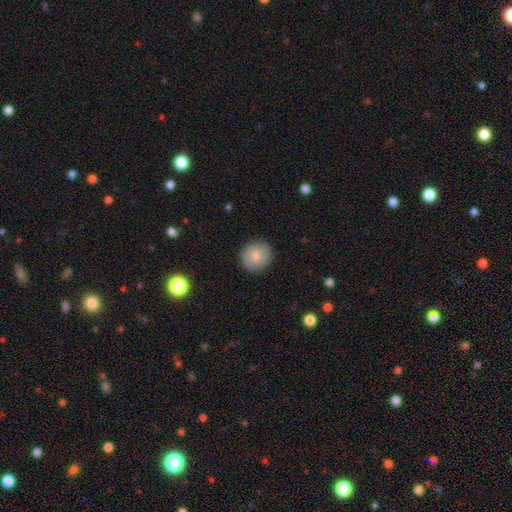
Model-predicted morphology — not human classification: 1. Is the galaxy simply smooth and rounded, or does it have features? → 80% smooth, 13% featured or disk, 7% star or artifact.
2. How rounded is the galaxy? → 90% round, 9% in between, 1% cigar-shaped.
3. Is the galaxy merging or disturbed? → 88% none, 9% minor disturbance, 2% major disturbance, 1% merger.